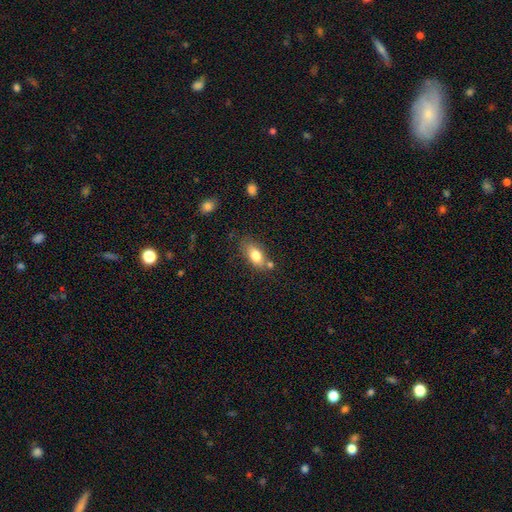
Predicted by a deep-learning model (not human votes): A smooth galaxy with no disk features (76%) that is in between round and cigar-shaped (85%). Merging: none (64%).